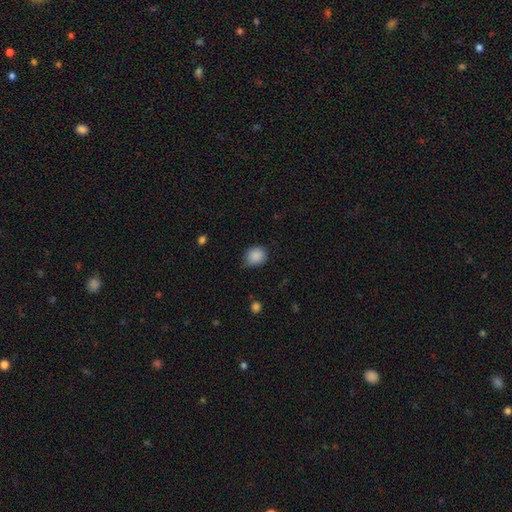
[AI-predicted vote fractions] The model was most divided on "how rounded": round: 72%, in between: 27%, cigar-shaped: 1%. More confident: smooth or featured — smooth (88%); merging — none (71%).